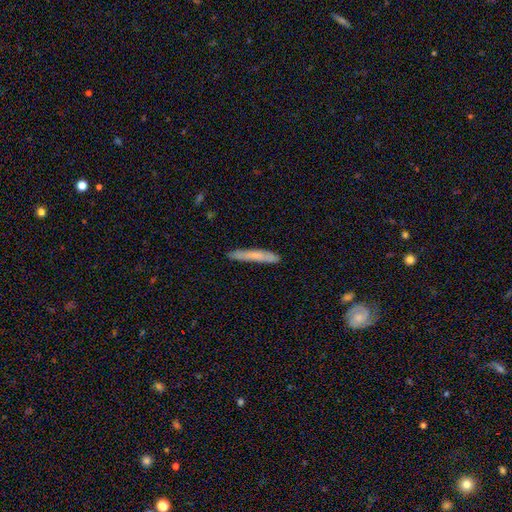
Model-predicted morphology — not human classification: Overall: smooth (67%; featured or disk 27%). How rounded: cigar-shaped (95%). Merging: none (85%).